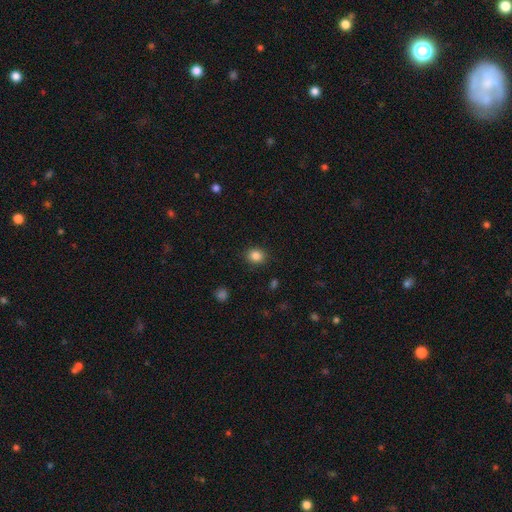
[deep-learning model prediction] This appears to be a smooth galaxy with no disk features (86%) that is round (65%). Merging: none (88%).